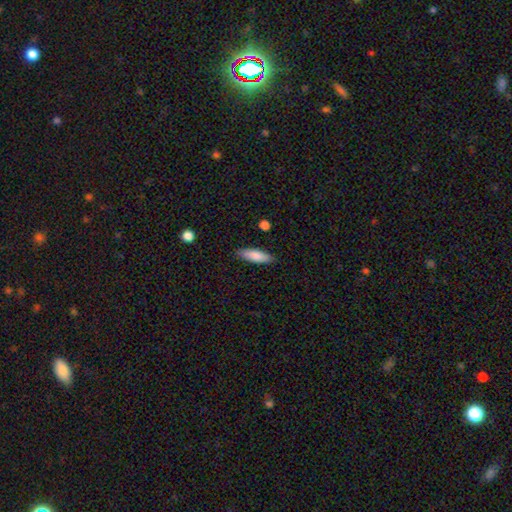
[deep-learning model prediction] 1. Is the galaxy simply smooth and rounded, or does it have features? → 83% smooth, 11% featured or disk, 6% star or artifact.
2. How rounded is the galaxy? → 51% in between, 47% cigar-shaped, 2% round.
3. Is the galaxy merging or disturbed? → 87% none, 9% minor disturbance, 2% major disturbance, 2% merger.